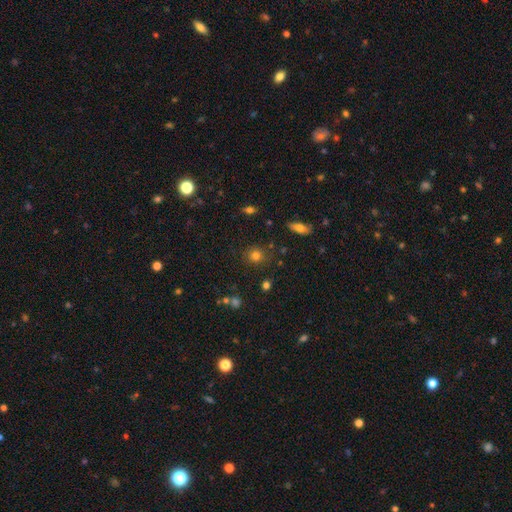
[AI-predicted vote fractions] smooth 78%, star or artifact 14%, featured or disk 8%. Down the decision tree: how rounded — round (84%); merging — none (83%).